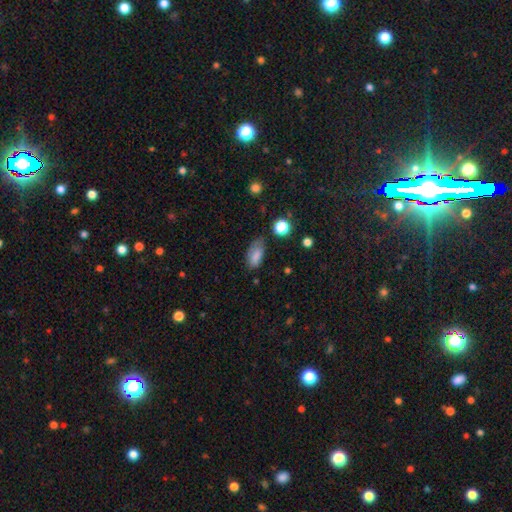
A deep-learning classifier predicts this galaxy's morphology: This appears to be a smooth galaxy with no disk features (80%) that is in between round and cigar-shaped (88%). Merging: none (53%).